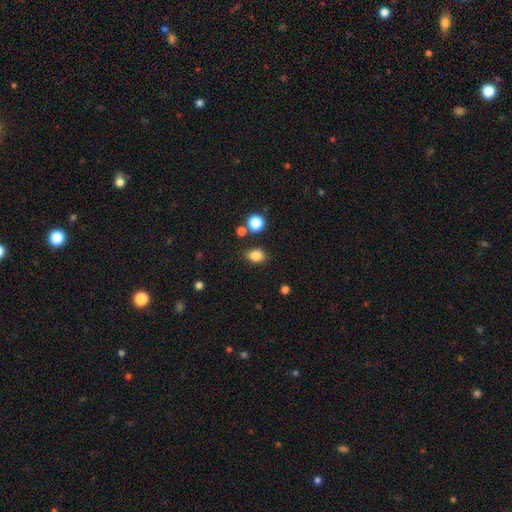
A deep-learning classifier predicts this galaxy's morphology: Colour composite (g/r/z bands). It shows a smooth galaxy with no disk features (84%) that is in between round and cigar-shaped (62%). Merging: none (80%).